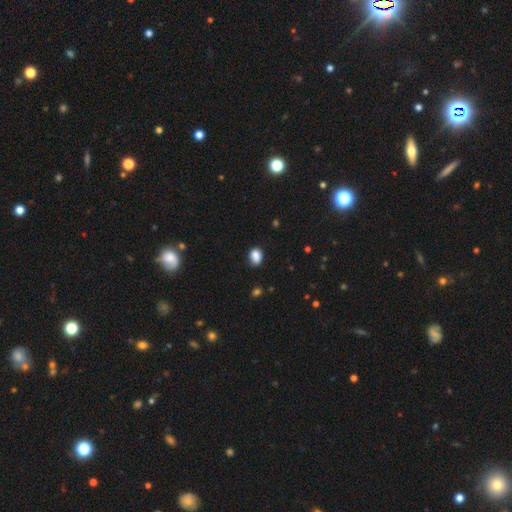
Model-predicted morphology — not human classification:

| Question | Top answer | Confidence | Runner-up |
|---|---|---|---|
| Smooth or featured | smooth | 87% | star or artifact (9%) |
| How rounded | in between | 67% | round (32%) |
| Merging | none | 78% | minor disturbance (17%) |